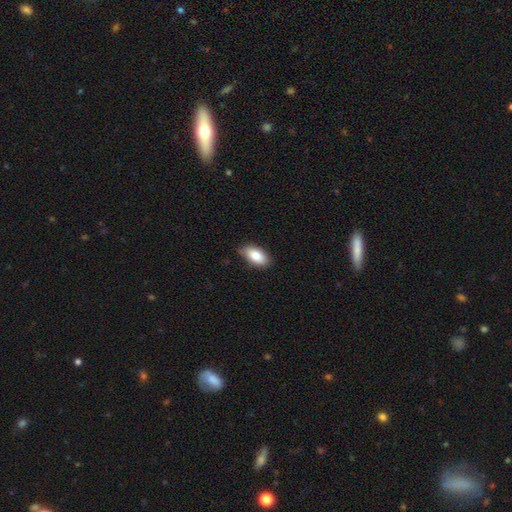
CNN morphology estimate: Smooth or featured: smooth — 84% (featured or disk — 9%)
How rounded: in between — 93% (round — 4%)
Merging: none — 79% (minor disturbance — 17%)